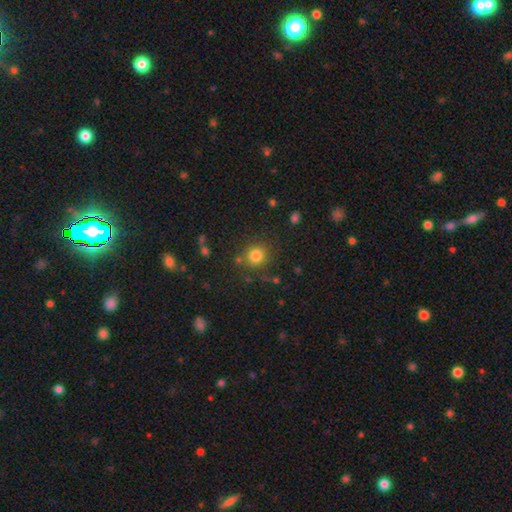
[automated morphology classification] Smooth or featured? Predicted: smooth (p=0.81). How rounded? Predicted: round (p=0.89). Merging? Predicted: none (p=0.81).